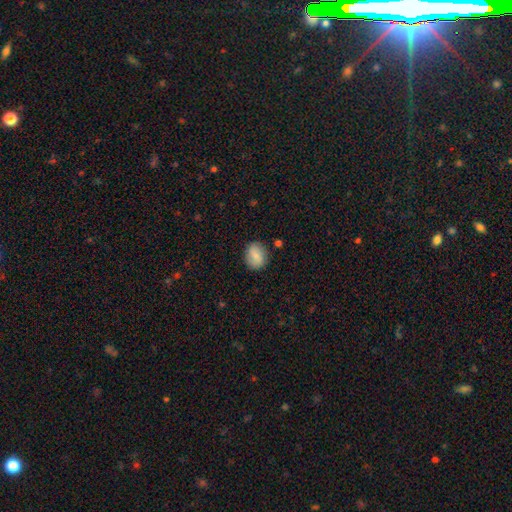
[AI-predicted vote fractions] A smooth galaxy with no disk features (73%) that is round (58%).

Vote fractions:
- Smooth or featured? smooth: 73% / featured or disk: 19% / star or artifact: 8%
- How rounded? round: 58% / in between: 41% / cigar-shaped: 1%
- Merging? none: 81% / minor disturbance: 13% / major disturbance: 3% / merger: 2%